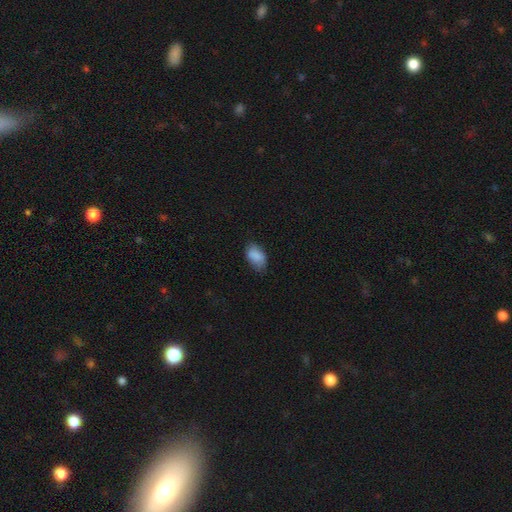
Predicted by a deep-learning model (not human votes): Smooth or featured? smooth (87%)
How rounded? in between (91%)
Merging? none (71%)